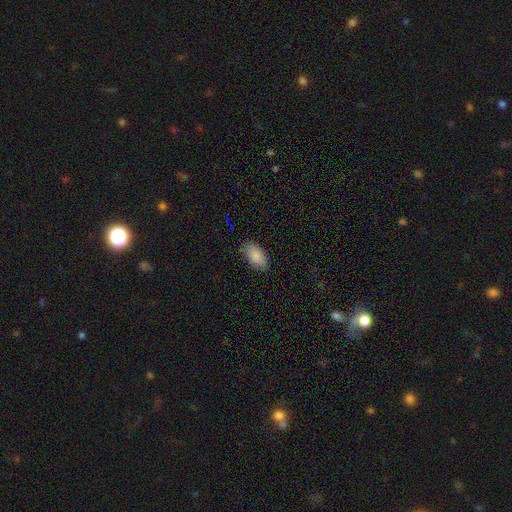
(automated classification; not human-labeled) smooth 88%, star or artifact 7%, featured or disk 5%. Down the decision tree: how rounded — in between (94%); merging — none (84%).